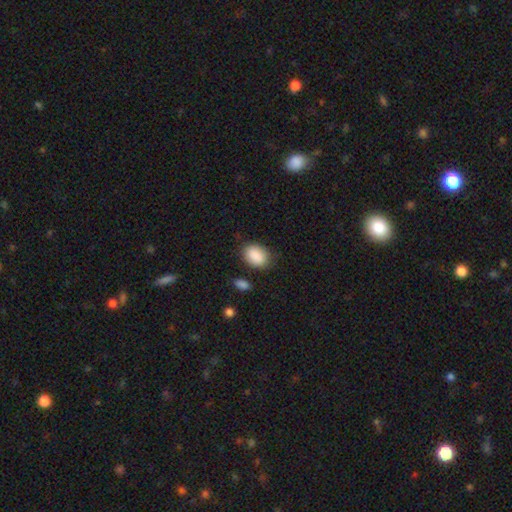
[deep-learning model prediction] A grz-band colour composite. It shows a smooth galaxy with no disk features (90%) that is in between round and cigar-shaped (80%). Merging: none (80%).